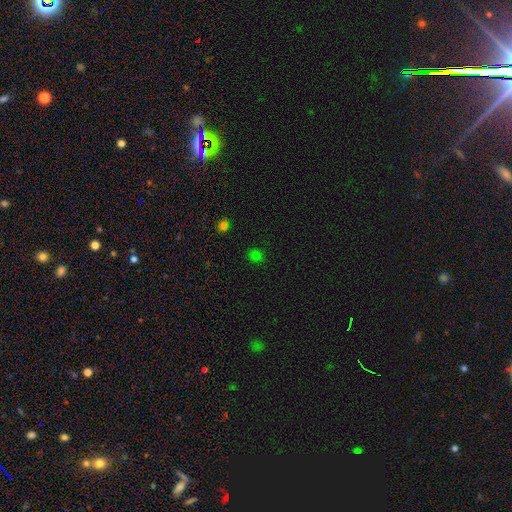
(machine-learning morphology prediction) A smooth galaxy with no disk features (71%) that is round (79%). Merging: none (87%).